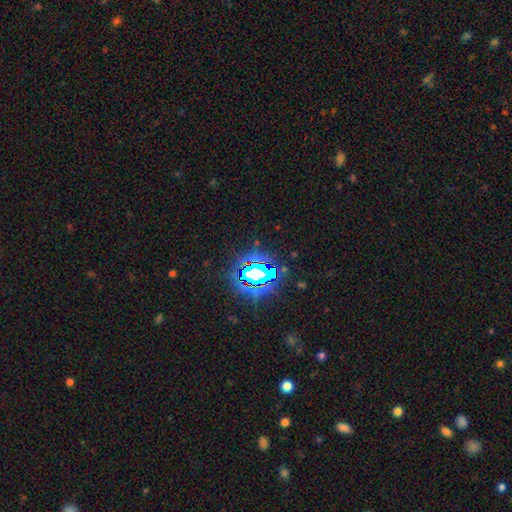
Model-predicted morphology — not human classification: Smooth or featured: star or artifact — 82% (smooth — 11%)